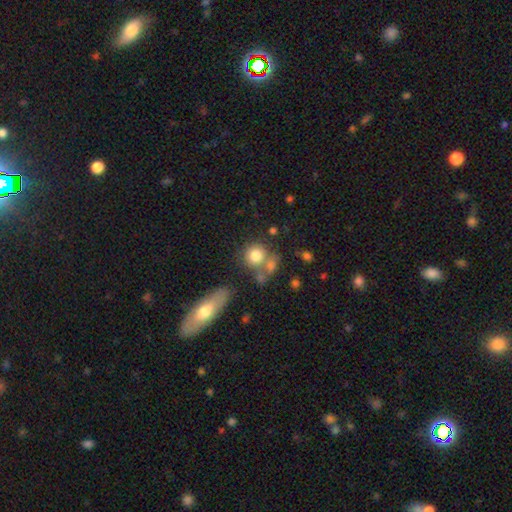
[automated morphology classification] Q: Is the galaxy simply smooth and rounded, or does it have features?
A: smooth — 80%.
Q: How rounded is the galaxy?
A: round — 81%.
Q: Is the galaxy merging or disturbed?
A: none — 50%.